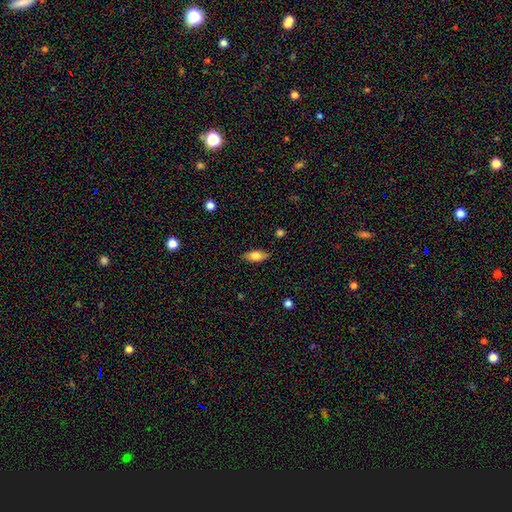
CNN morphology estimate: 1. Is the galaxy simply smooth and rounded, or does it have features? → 75% smooth, 18% featured or disk, 7% star or artifact.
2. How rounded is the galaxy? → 83% in between, 14% cigar-shaped, 3% round.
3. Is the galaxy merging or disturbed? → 84% none, 12% minor disturbance, 2% major disturbance, 1% merger.